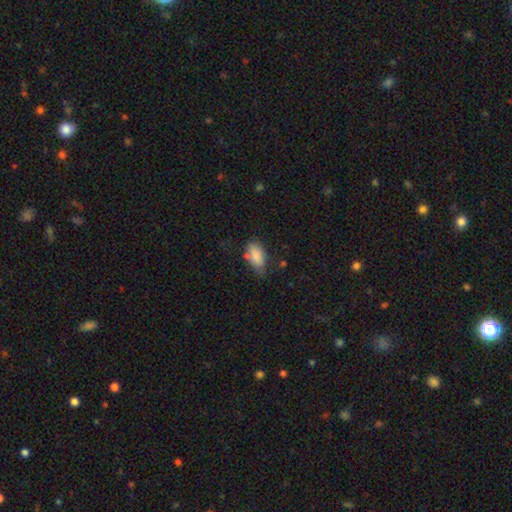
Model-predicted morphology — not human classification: smooth-or-featured: smooth: 83% | featured or disk: 9% | star or artifact: 8%
  how-rounded: in between: 89% | cigar-shaped: 7% | round: 4%
  merging: none: 51% | minor disturbance: 35% | major disturbance: 9% | merger: 5%